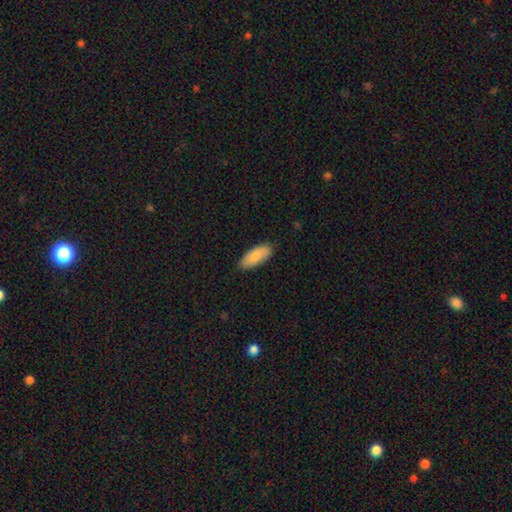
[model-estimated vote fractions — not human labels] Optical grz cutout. It shows a smooth galaxy with no disk features (83%) that is in between round and cigar-shaped (83%). Merging: none (82%).